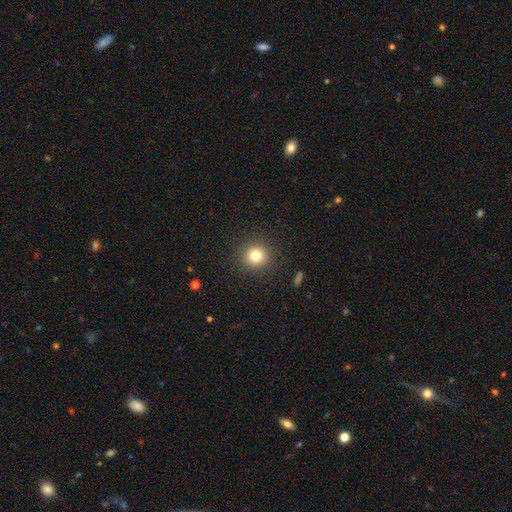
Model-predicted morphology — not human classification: This appears to be a smooth galaxy with no disk features (80%) that is round (93%). Merging: none (91%).